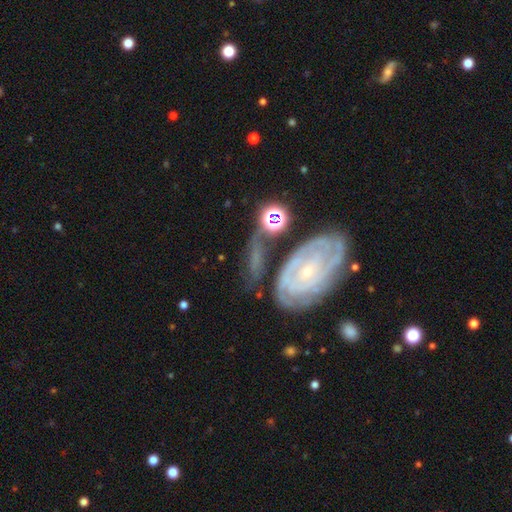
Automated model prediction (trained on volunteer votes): Smooth or featured? featured or disk (76%)
Edge-on disk? no (93%)
Bar? no (65%)
Spiral arms? yes (89%)
Spiral winding? tight (75%)
Spiral arm count? can't tell (42%)
Bulge size? small (83%)
Merging? none (56%)